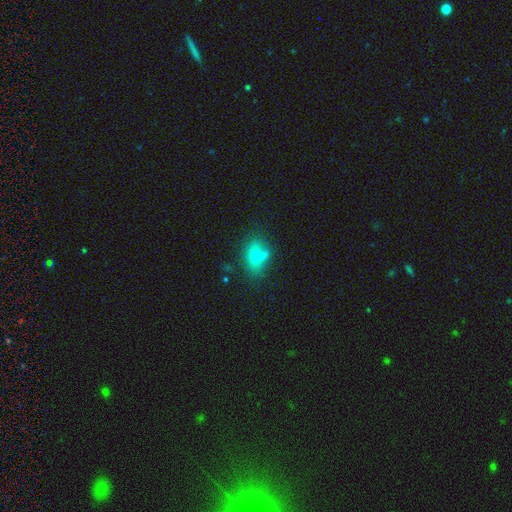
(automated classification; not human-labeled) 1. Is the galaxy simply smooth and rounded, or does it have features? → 70% smooth, 18% featured or disk, 12% star or artifact.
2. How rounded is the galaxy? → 76% in between, 19% round, 5% cigar-shaped.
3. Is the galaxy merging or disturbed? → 52% none, 25% merger, 16% minor disturbance, 7% major disturbance.